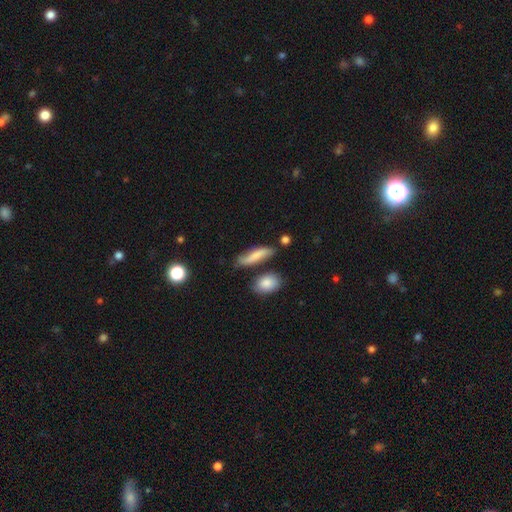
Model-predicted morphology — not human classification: type=smooth (68%); roundness=cigar-shaped (60%); merging=none (66%).